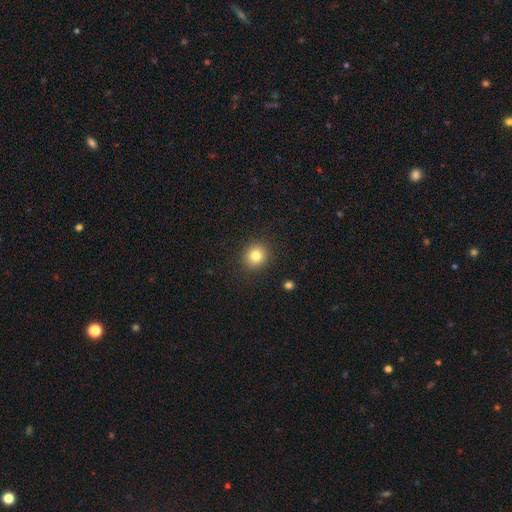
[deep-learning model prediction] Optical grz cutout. It shows a smooth galaxy with no disk features (81%) that is round (86%). Merging: none (90%).